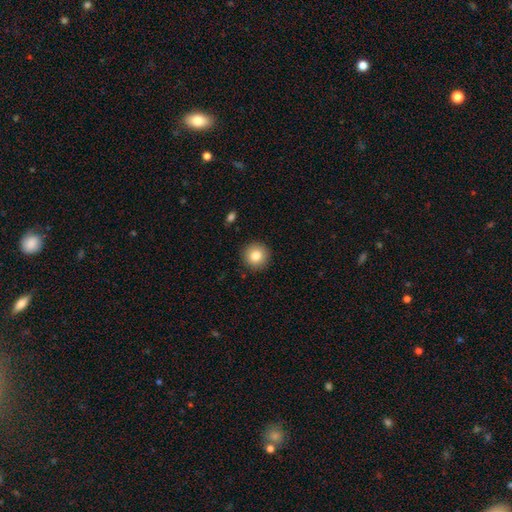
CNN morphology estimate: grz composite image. It shows a smooth galaxy with no disk features (81%) that is round (95%). Merging: none (91%).